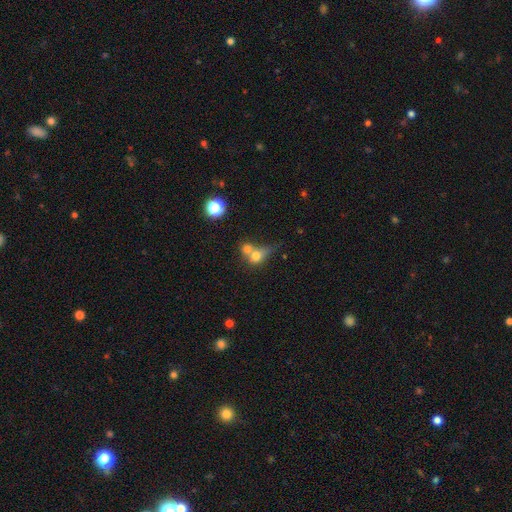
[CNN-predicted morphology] smooth_or_featured: smooth (p=0.67) [alt: featured or disk p=0.20]
how_rounded: round (p=0.63) [alt: in between p=0.34]
merging: merger (p=0.63) [alt: none p=0.21]